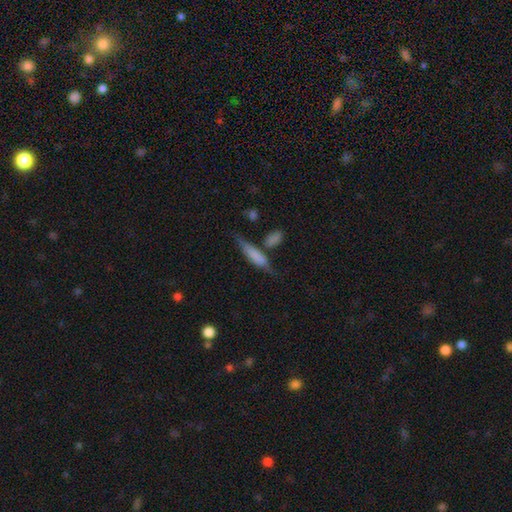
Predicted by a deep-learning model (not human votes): Smooth or featured?
  - smooth: 64% *
  - featured or disk: 29%
  - star or artifact: 7%
How rounded?
  - cigar-shaped: 69% *
  - in between: 28%
  - round: 3%
Merging?
  - none: 52% *
  - minor disturbance: 23%
  - merger: 16%
  - major disturbance: 9%